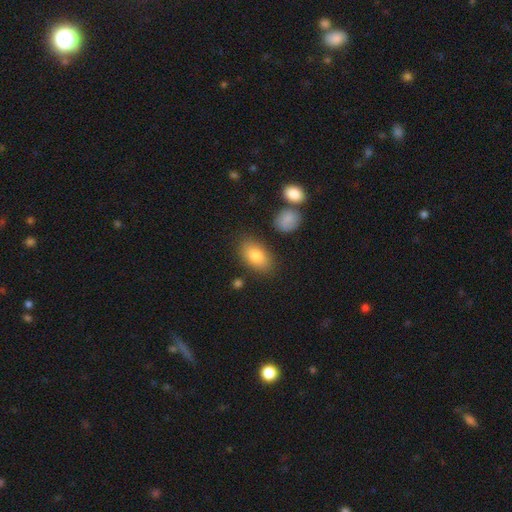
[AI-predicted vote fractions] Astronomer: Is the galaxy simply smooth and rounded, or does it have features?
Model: smooth — 81%.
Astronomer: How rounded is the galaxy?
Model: in between — 90%.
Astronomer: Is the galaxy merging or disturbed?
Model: none — 81%.